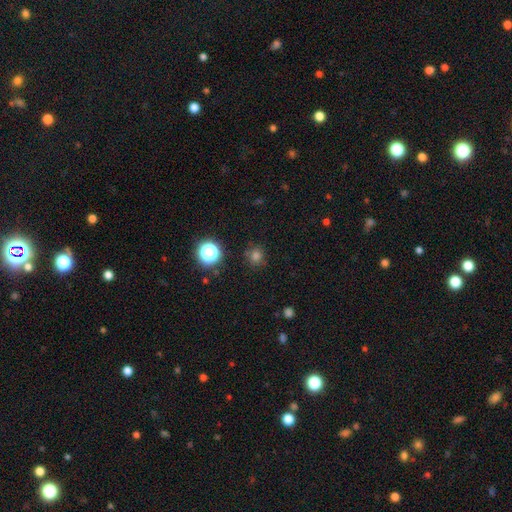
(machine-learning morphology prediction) This appears to be a smooth galaxy with no disk features (74%) that is round (89%). Merging: none (82%).